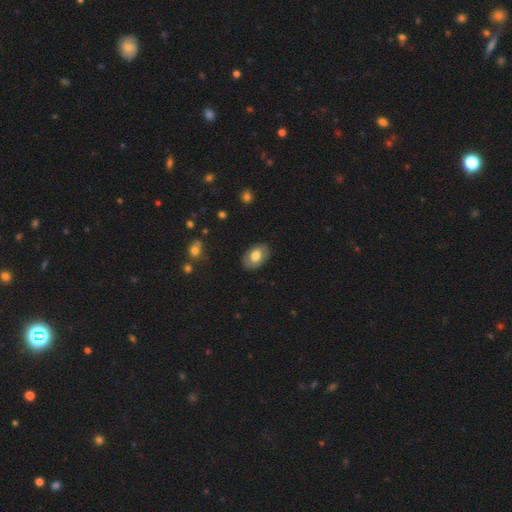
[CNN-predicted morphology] This appears to be a smooth galaxy with no disk features (68%) that is in between round and cigar-shaped (87%). Merging: none (84%).